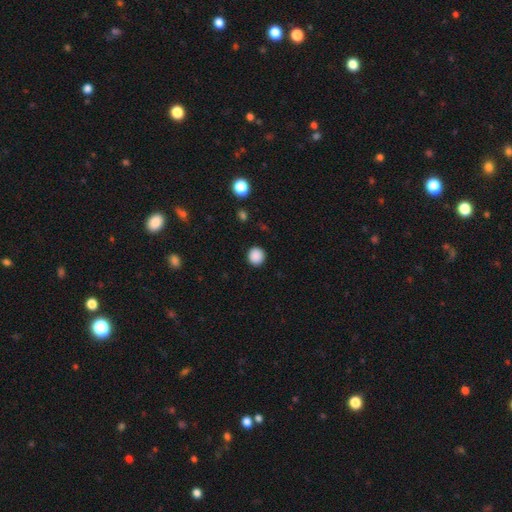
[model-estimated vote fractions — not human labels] Smooth or featured: smooth — 89% (star or artifact — 9%)
How rounded: round — 90% (in between — 10%)
Merging: none — 91% (minor disturbance — 6%)